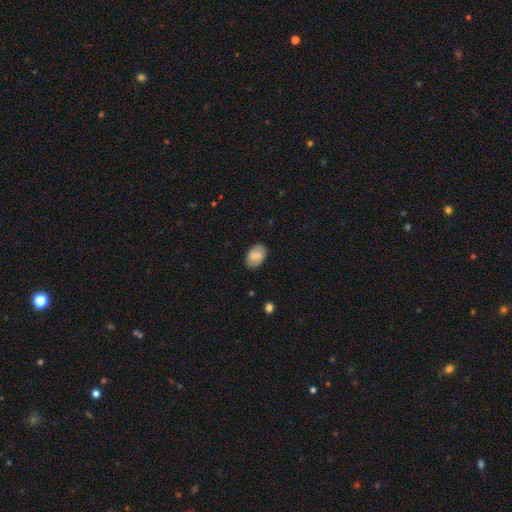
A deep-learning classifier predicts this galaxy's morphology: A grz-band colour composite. It shows a smooth galaxy with no disk features (76%) that is in between round and cigar-shaped (87%). Merging: none (81%).